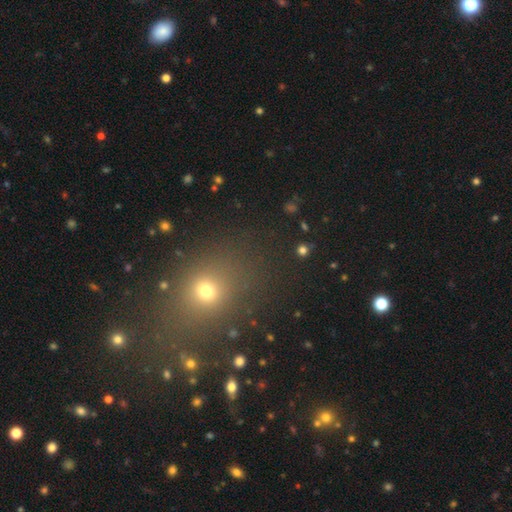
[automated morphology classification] Smooth or featured? smooth (52%)
How rounded? round (60%)
Merging? none (82%)